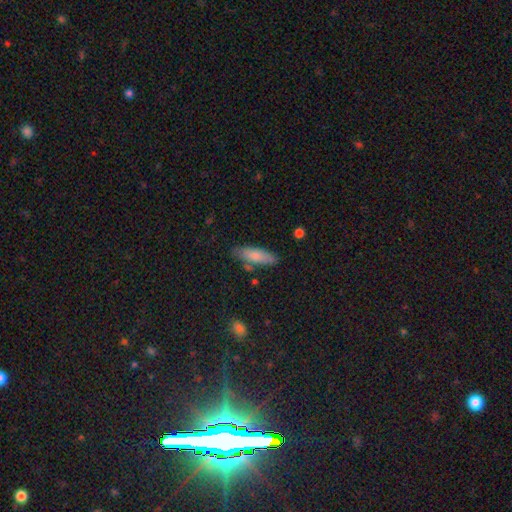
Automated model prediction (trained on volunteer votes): smooth_or_featured: smooth (p=0.78) [alt: featured or disk p=0.15]
how_rounded: in between (p=0.52) [alt: cigar-shaped p=0.46]
merging: none (p=0.78) [alt: minor disturbance p=0.14]